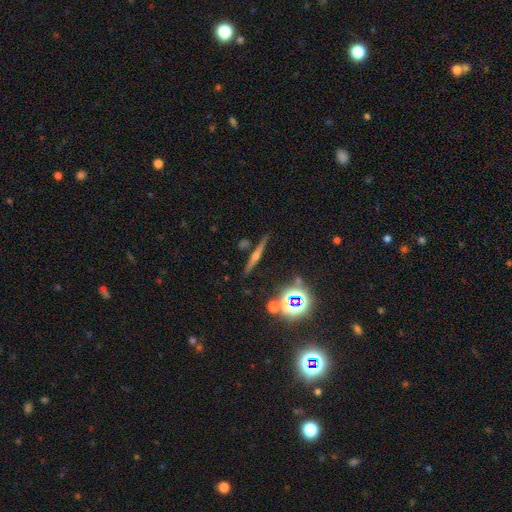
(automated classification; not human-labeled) Smooth or featured: featured or disk — 61% (smooth — 23%)
Edge-on disk: yes — 96% (no — 4%)
Edge-on bulge: rounded — 81% (none — 11%)
Merging: none — 87% (minor disturbance — 8%)